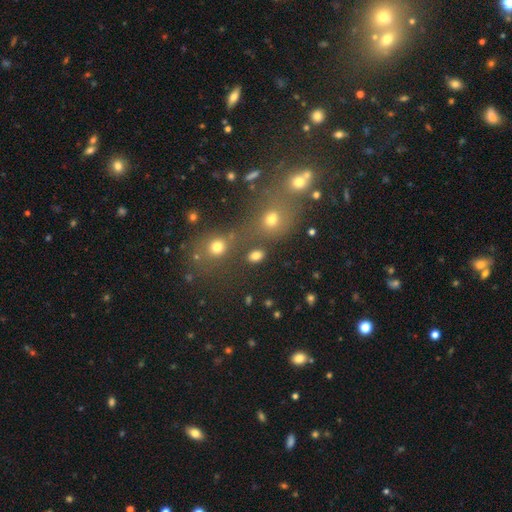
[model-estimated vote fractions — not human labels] Overall: smooth (78%). How rounded: in between (68%; round 30%). Merging: none (70%).